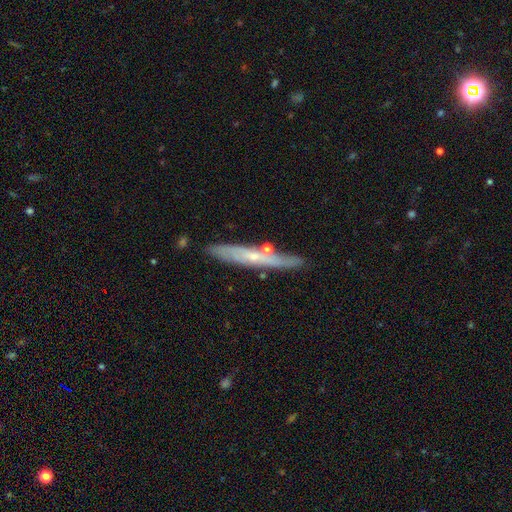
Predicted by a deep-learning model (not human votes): The model was most divided on "smooth or featured": featured or disk: 61%, smooth: 32%, star or artifact: 7%. More confident: edge-on disk — yes (79%); merging — none (78%).